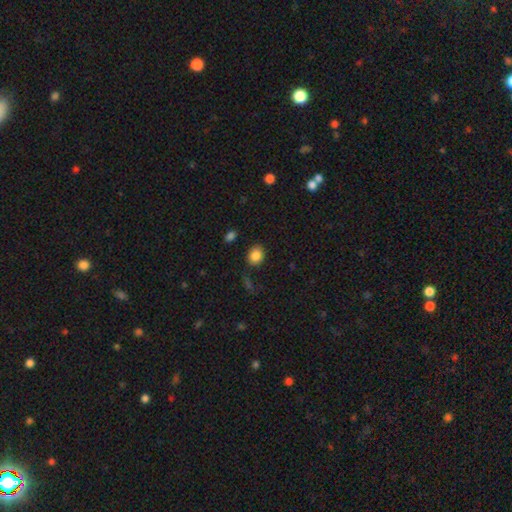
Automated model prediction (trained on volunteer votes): smooth-or-featured: smooth: 86% | star or artifact: 9% | featured or disk: 5%
  how-rounded: round: 52% | in between: 47% | cigar-shaped: 1%
  merging: none: 82% | minor disturbance: 13% | major disturbance: 3% | merger: 2%